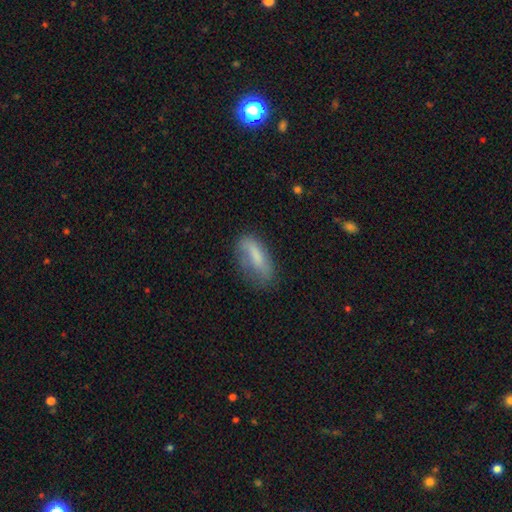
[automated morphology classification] A smooth galaxy with no disk features (73%) that is in between round and cigar-shaped (76%). Merging: none (52%).